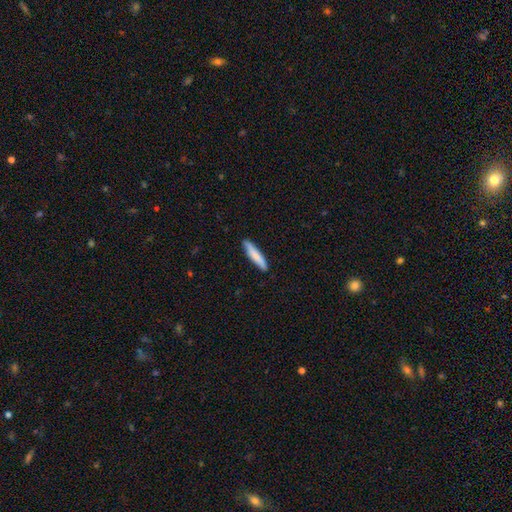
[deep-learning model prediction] This appears to be a smooth galaxy with no disk features (79%) that is cigar-shaped (89%). Merging: none (88%).